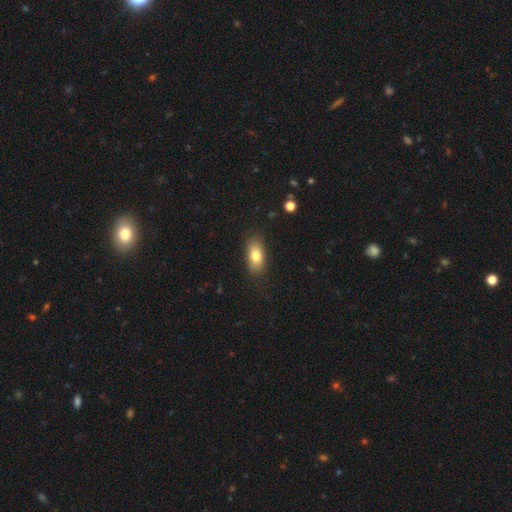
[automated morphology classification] A smooth galaxy with no disk features (79%) that is in between round and cigar-shaped (86%).

Vote fractions:
- Smooth or featured? smooth: 79% / featured or disk: 13% / star or artifact: 8%
- How rounded? in between: 86% / cigar-shaped: 8% / round: 7%
- Merging? none: 81% / minor disturbance: 14% / major disturbance: 4% / merger: 1%